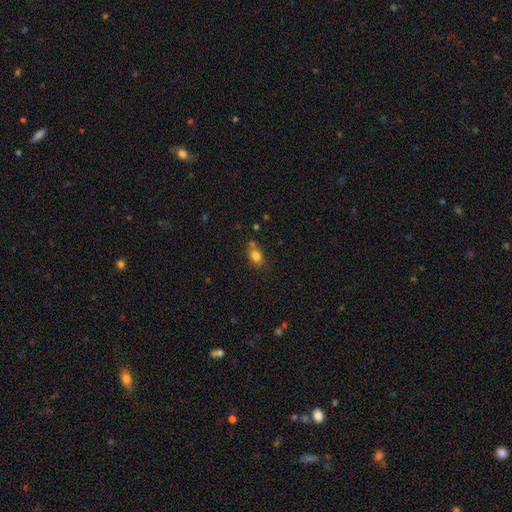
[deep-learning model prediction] smooth 82%, star or artifact 11%, featured or disk 8%. Down the decision tree: how rounded — in between (73%); merging — none (62%).